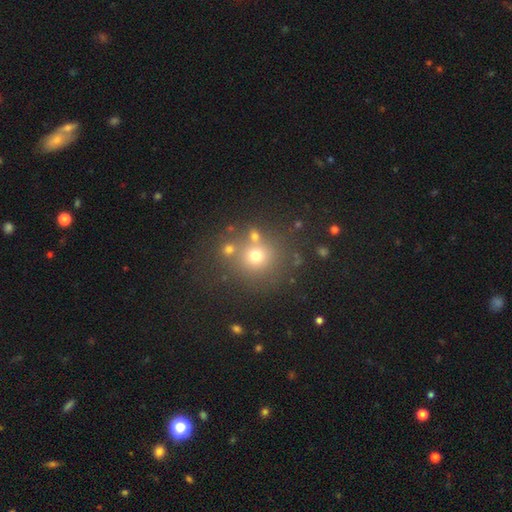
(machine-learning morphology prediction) Smooth or featured?
  - smooth: 67% *
  - star or artifact: 21%
  - featured or disk: 12%
How rounded?
  - round: 89% *
  - in between: 10%
  - cigar-shaped: 1%
Merging?
  - none: 71% *
  - merger: 14%
  - minor disturbance: 10%
  - major disturbance: 5%